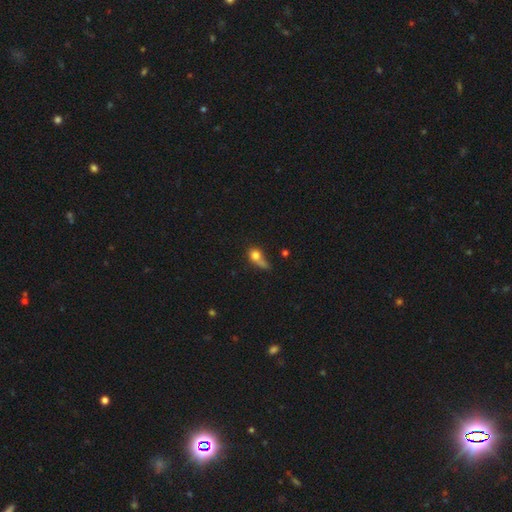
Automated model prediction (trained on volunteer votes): Smooth or featured: smooth — 72% (featured or disk — 17%)
How rounded: round — 49% (in between — 42%)
Merging: none — 28% (tied with merger — 28%)